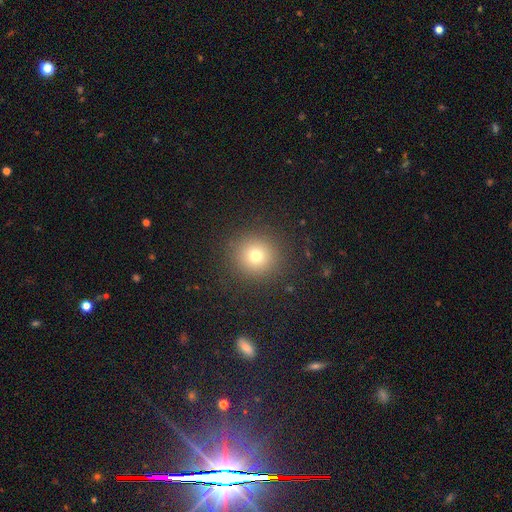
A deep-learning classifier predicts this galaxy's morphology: Smooth or featured? smooth (74%)
How rounded? round (94%)
Merging? none (89%)